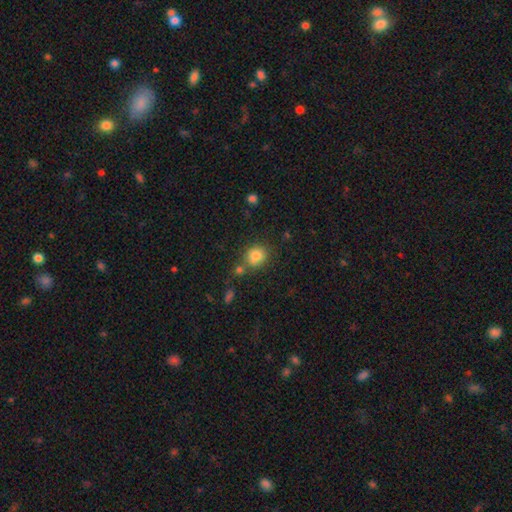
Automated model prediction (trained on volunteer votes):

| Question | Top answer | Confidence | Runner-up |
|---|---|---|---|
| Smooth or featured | smooth | 82% | star or artifact (11%) |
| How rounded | round | 77% | in between (22%) |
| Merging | none | 65% | merger (18%) |